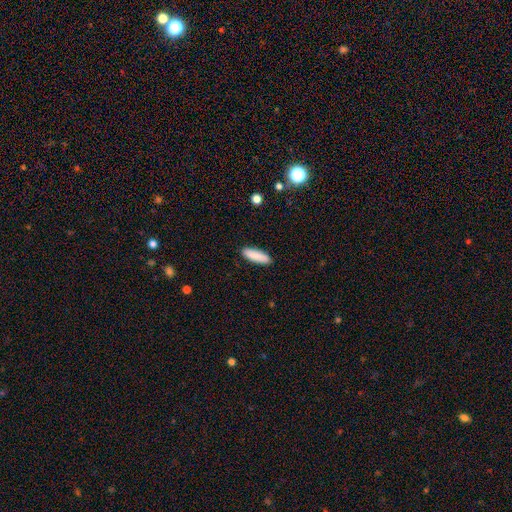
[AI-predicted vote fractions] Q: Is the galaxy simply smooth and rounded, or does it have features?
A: smooth — 88%.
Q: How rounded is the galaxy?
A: in between — 51%.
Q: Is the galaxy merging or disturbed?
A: none — 89%.